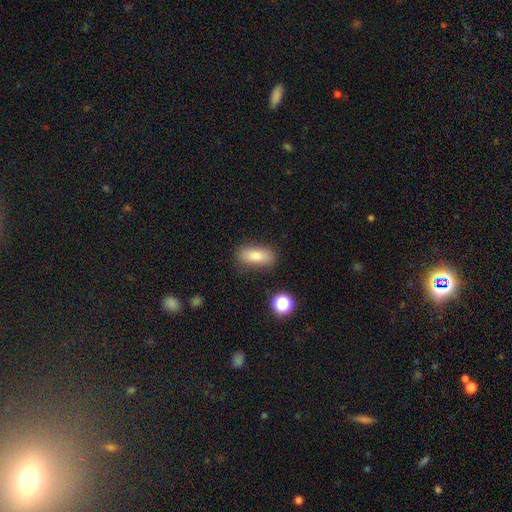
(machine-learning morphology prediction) Overall: smooth (83%). How rounded: in between (78%). Merging: none (84%).